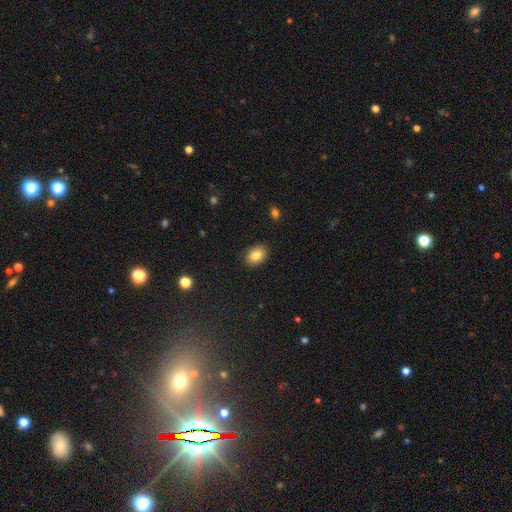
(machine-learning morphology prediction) This appears to be a smooth galaxy with no disk features (84%) that is in between round and cigar-shaped (78%). Merging: none (87%).